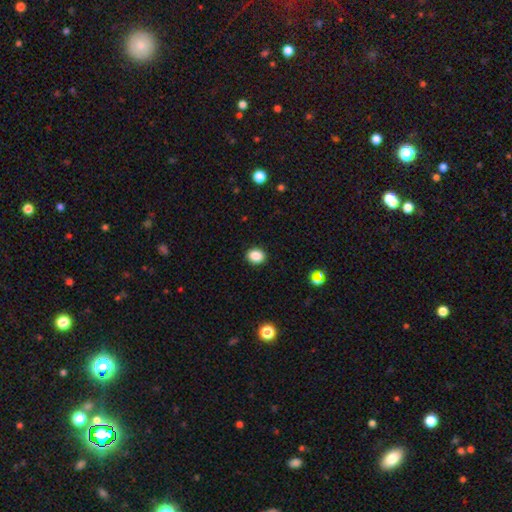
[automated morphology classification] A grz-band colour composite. It shows a smooth galaxy with no disk features (87%) that is round (55%). Merging: none (91%).